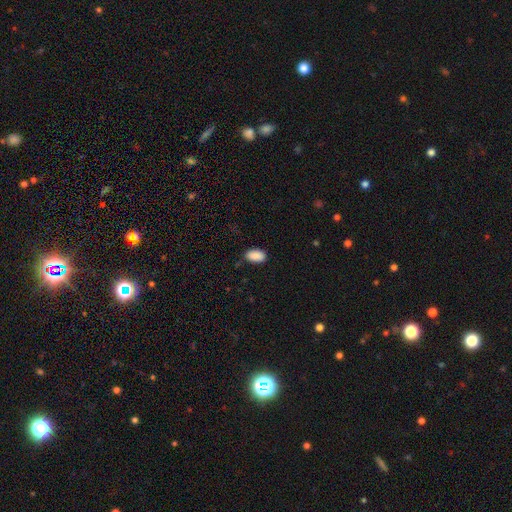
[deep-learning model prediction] smooth_or_featured: smooth (p=0.89) [alt: star or artifact p=0.08]
how_rounded: in between (p=0.93) [alt: round p=0.05]
merging: none (p=0.80) [alt: minor disturbance p=0.16]